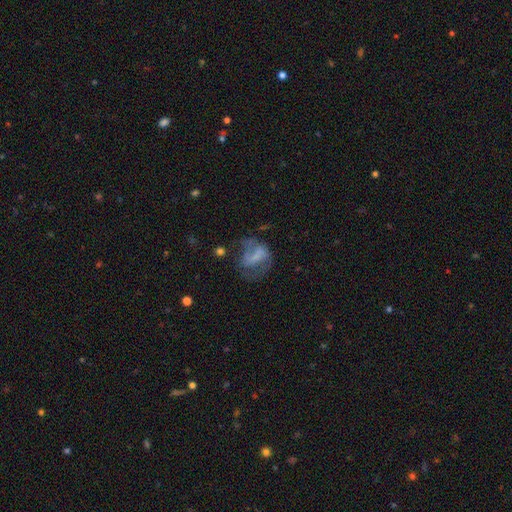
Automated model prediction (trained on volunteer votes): Overall: featured or disk (47%; smooth 40%). Merging: major disturbance (42%; none 32%).